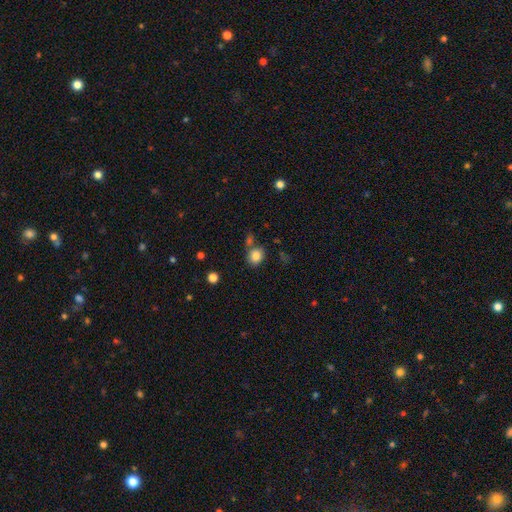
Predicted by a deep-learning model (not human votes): Smooth or featured? Predicted: smooth (p=0.84). How rounded? Predicted: round (p=0.66). Merging? Predicted: none (p=0.68).